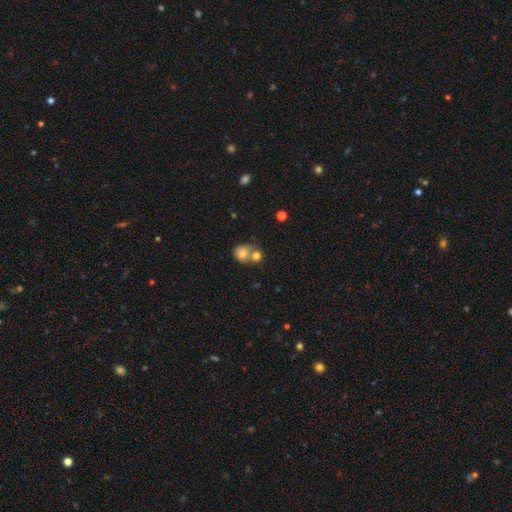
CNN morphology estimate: The model was most divided on "merging": merger: 54%, none: 34%, minor disturbance: 8%, major disturbance: 4%. More confident: smooth or featured — smooth (77%); how rounded — round (72%).